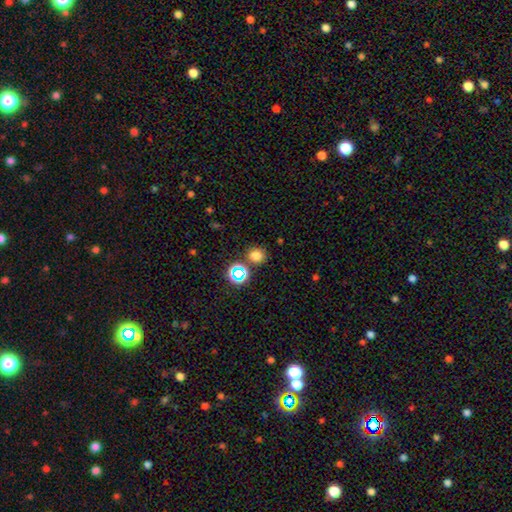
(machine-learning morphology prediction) The model was most divided on "smooth or featured": smooth: 74%, star or artifact: 20%, featured or disk: 6%. More confident: how rounded — round (80%); merging — none (79%).